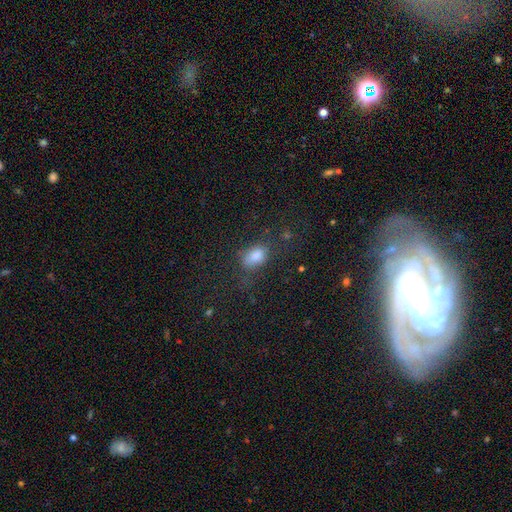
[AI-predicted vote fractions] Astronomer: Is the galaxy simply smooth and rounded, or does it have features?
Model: smooth — 78%.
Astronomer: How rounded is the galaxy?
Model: in between — 82%.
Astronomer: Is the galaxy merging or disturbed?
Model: none — 61%.